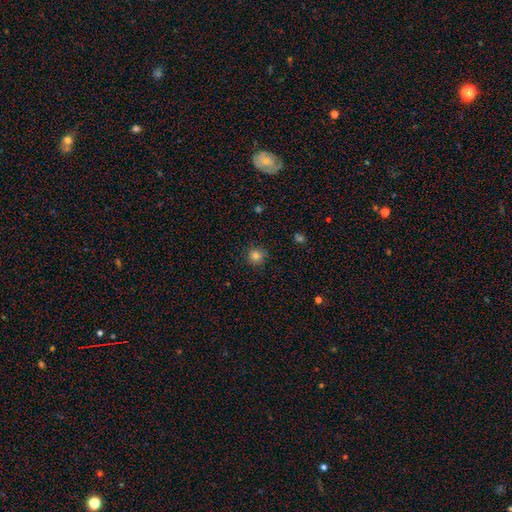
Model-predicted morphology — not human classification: Smooth or featured: smooth — 83% (star or artifact — 12%)
How rounded: round — 94% (in between — 5%)
Merging: none — 89% (minor disturbance — 8%)